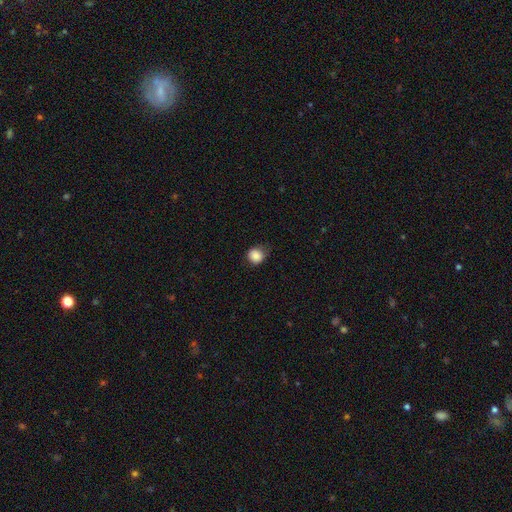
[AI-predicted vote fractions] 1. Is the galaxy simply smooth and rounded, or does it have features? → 86% smooth, 10% star or artifact, 4% featured or disk.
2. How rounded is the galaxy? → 83% round, 16% in between, 1% cigar-shaped.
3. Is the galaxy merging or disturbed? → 69% none, 24% minor disturbance, 6% major disturbance, 1% merger.